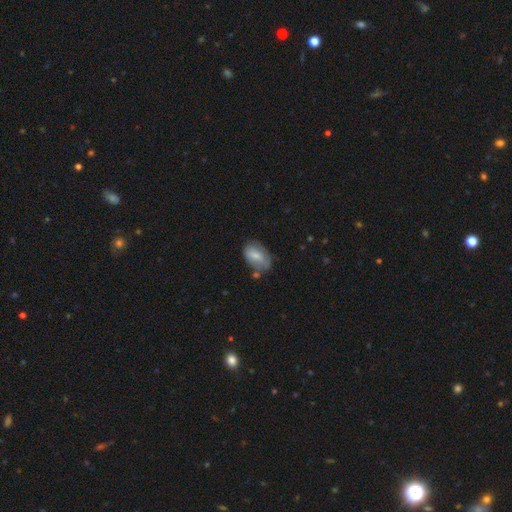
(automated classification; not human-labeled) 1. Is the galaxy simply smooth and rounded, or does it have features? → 73% smooth, 20% featured or disk, 7% star or artifact.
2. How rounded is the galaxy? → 90% in between, 8% round, 2% cigar-shaped.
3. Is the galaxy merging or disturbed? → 59% none, 26% minor disturbance, 7% merger, 7% major disturbance.